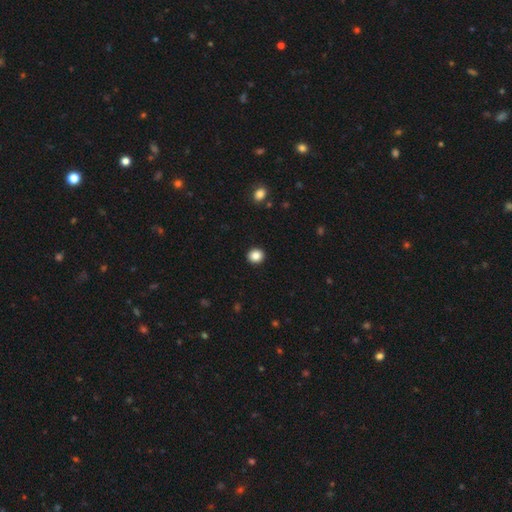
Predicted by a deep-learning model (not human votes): Smooth or featured? smooth (87%)
How rounded? round (86%)
Merging? none (93%)